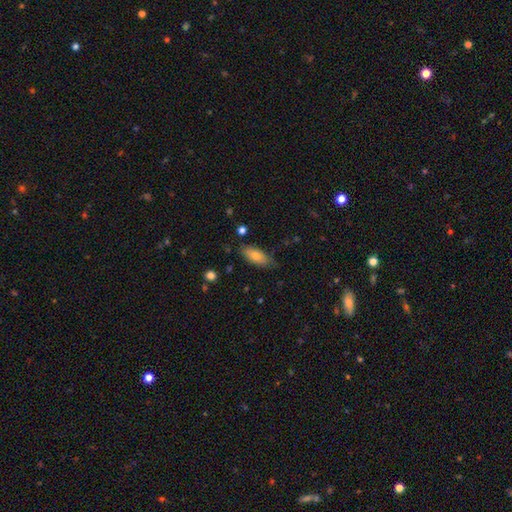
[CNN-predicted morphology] smooth_or_featured: smooth (p=0.81) [alt: featured or disk p=0.12]
how_rounded: in between (p=0.79) [alt: cigar-shaped p=0.19]
merging: none (p=0.74) [alt: minor disturbance p=0.20]